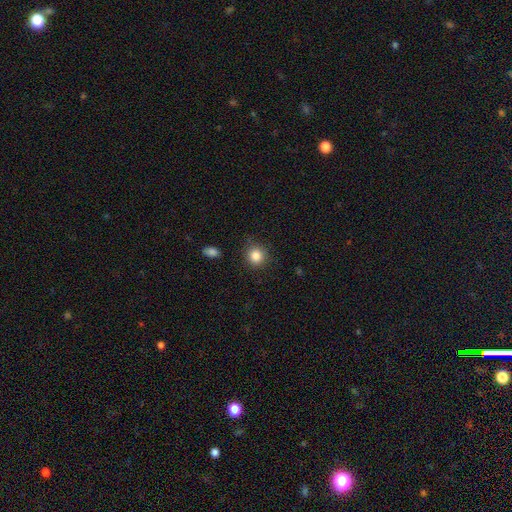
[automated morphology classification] smooth-or-featured: smooth: 85% | star or artifact: 10% | featured or disk: 4%
  how-rounded: round: 88% | in between: 11% | cigar-shaped: 1%
  merging: none: 86% | minor disturbance: 9% | major disturbance: 3% | merger: 2%